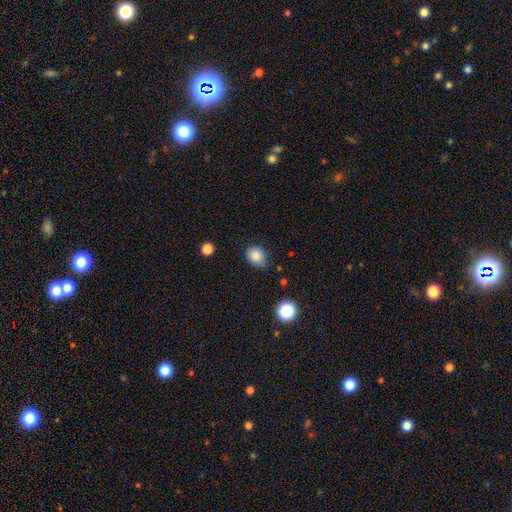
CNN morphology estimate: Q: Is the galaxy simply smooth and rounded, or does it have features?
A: smooth — 85%.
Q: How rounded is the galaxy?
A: round — 54%.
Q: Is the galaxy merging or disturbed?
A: none — 76%.